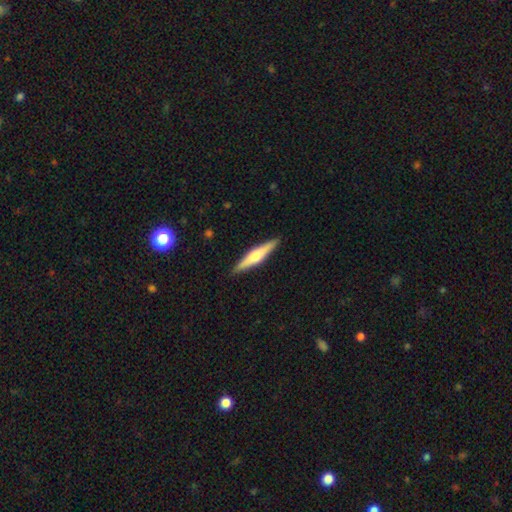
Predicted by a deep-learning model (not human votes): smooth-or-featured: featured or disk: 59% | smooth: 36% | star or artifact: 5%
  disk-edge-on: yes: 97% | no: 3%
    edge-on-bulge: rounded: 85% | boxy: 9% | none: 6%
  merging: none: 91% | minor disturbance: 7% | major disturbance: 1% | merger: 1%